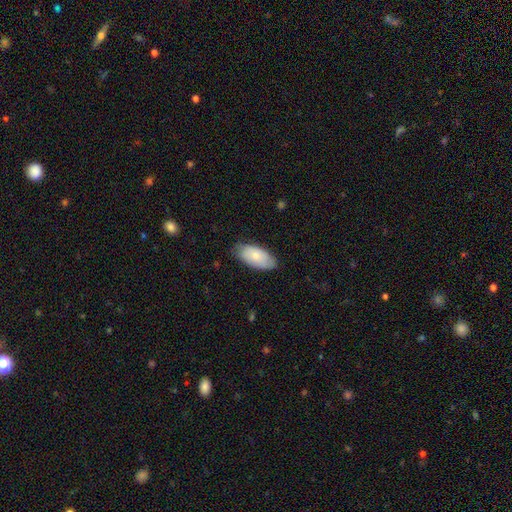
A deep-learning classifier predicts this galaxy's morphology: Smooth or featured? smooth (74%)
How rounded? in between (94%)
Merging? none (74%)